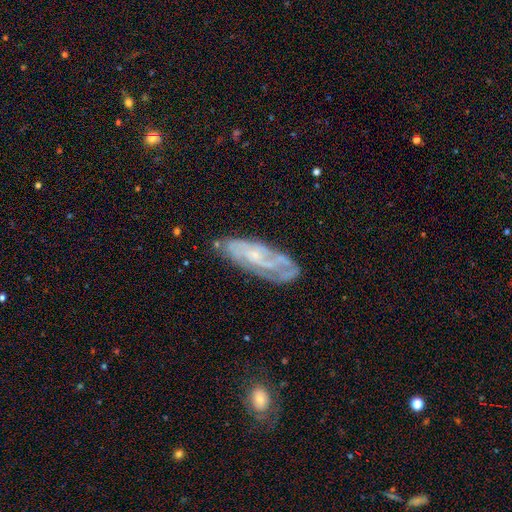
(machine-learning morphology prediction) Q: Smooth or featured?
A: featured or disk (73%); runner-up: smooth (19%)
Q: Edge-on disk?
A: no (83%); runner-up: yes (17%)
Q: Bar?
A: no (63%); runner-up: weak (29%)
Q: Spiral arms?
A: yes (82%); runner-up: no (18%)
Q: Spiral winding?
A: tight (55%); runner-up: medium (34%)
Q: Spiral arm count?
A: can't tell (49%); runner-up: 2 (23%)
Q: Bulge size?
A: small (66%); runner-up: moderate (21%)
Q: Merging?
A: none (70%); runner-up: minor disturbance (21%)